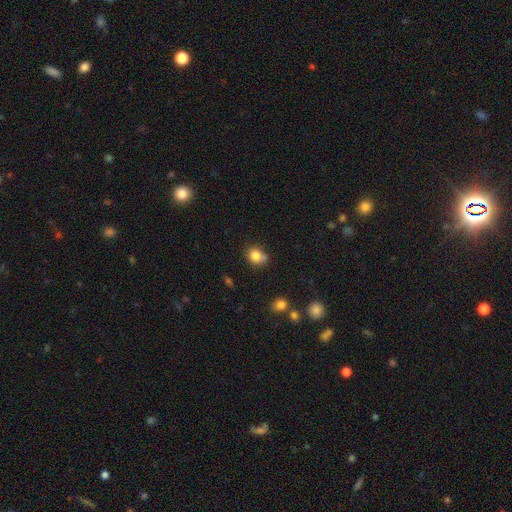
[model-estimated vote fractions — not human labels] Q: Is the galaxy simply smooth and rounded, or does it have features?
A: smooth — 81%.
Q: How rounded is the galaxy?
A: round — 71%.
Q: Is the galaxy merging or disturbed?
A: none — 57%.